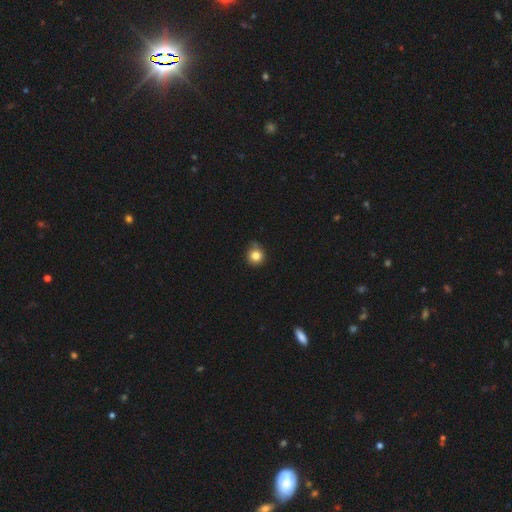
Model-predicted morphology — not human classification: The model was most divided on "merging": none: 75%, minor disturbance: 20%, major disturbance: 3%, merger: 2%. More confident: how rounded — round (91%); smooth or featured — smooth (83%).